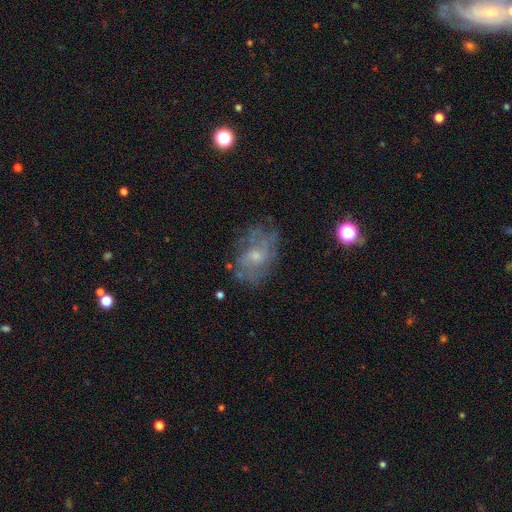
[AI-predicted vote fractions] Smooth or featured?
  - featured or disk: 60% *
  - smooth: 28%
  - star or artifact: 12%
Edge-on disk?
  - no: 96% *
  - yes: 4%
Bar?
  - no: 71% *
  - weak: 26%
  - strong: 3%
Spiral arms?
  - yes: 63% *
  - no: 37%
Bulge size?
  - small: 60% *
  - moderate: 32%
  - none: 6%
  - large: 2%
  - dominant: 1%
Merging?
  - none: 62% *
  - minor disturbance: 22%
  - major disturbance: 14%
  - merger: 3%